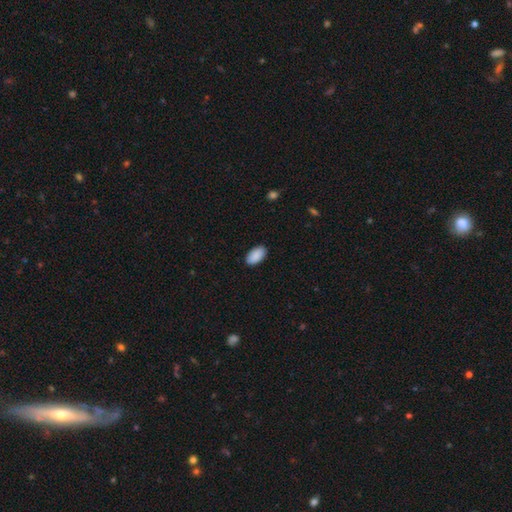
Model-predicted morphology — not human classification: This appears to be a smooth galaxy with no disk features (91%) that is in between round and cigar-shaped (95%). Merging: none (89%).